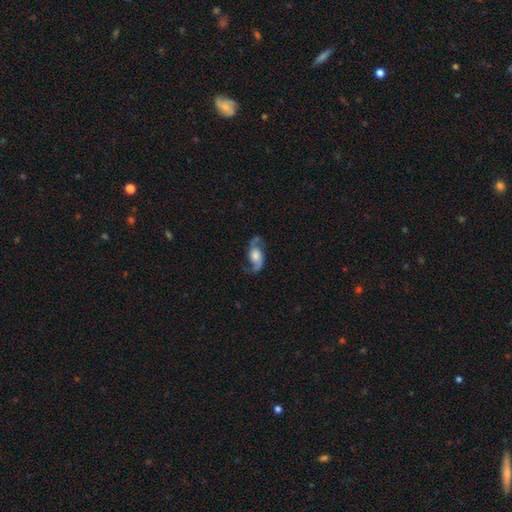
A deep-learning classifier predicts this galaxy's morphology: smooth_or_featured: featured or disk (p=0.81) [alt: smooth p=0.13]
disk_edge_on: no (p=0.96) [alt: yes p=0.04]
bar: no (p=0.64) [alt: weak p=0.28]
has_spiral_arms: yes (p=0.95) [alt: no p=0.05]
spiral_winding: loose (p=0.55) [alt: medium p=0.36]
spiral_arm_count: 2 (p=0.91) [alt: 1 p=0.04]
bulge_size: moderate (p=0.43) [alt: small p=0.24]
merging: none (p=0.68) [alt: minor disturbance p=0.18]